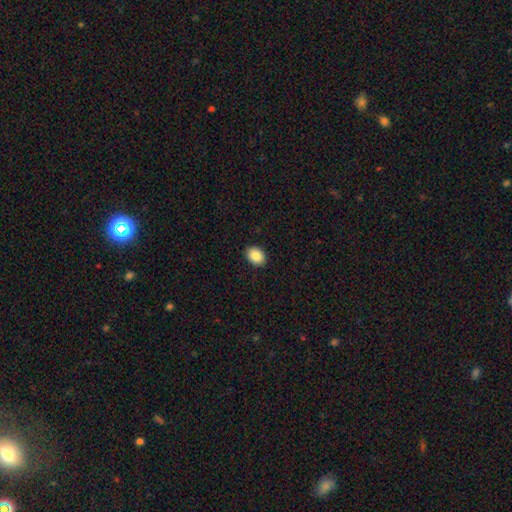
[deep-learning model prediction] smooth-or-featured: smooth: 87% | star or artifact: 8% | featured or disk: 5%
  how-rounded: in between: 67% | round: 32% | cigar-shaped: 1%
  merging: none: 91% | minor disturbance: 6% | major disturbance: 2% | merger: 1%